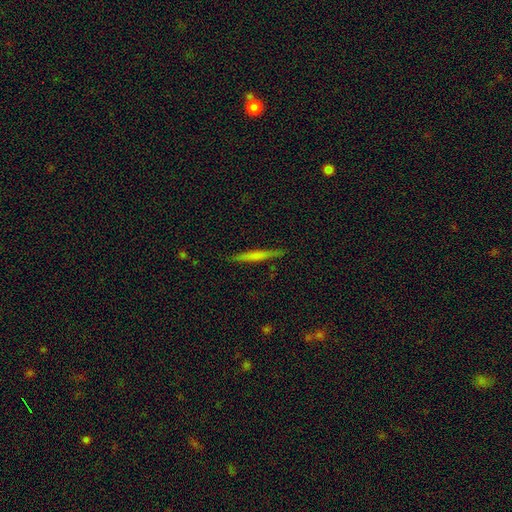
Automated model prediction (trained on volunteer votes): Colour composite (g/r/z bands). It shows a smooth galaxy with no disk features (51%) that is cigar-shaped (95%). Merging: none (89%).